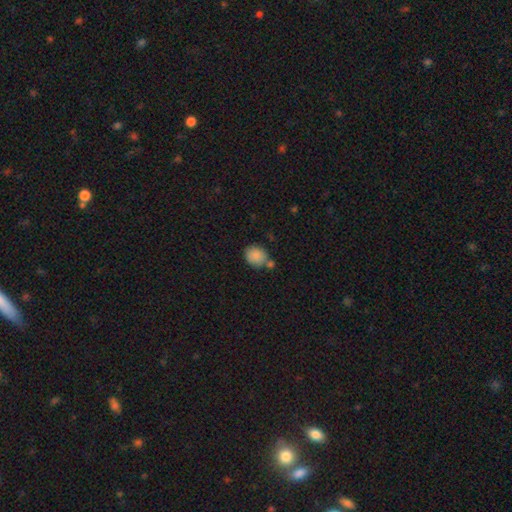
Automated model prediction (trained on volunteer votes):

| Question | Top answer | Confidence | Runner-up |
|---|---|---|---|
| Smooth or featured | smooth | 86% | star or artifact (8%) |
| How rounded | round | 62% | in between (37%) |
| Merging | none | 60% | merger (21%) |